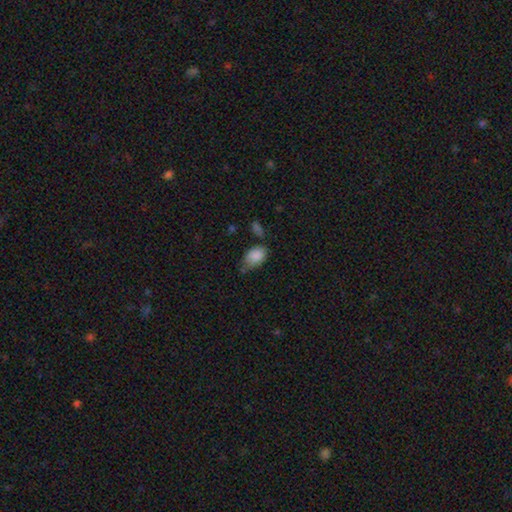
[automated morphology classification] Overall: smooth (85%). How rounded: in between (87%). Merging: none (46%; minor disturbance 37%).